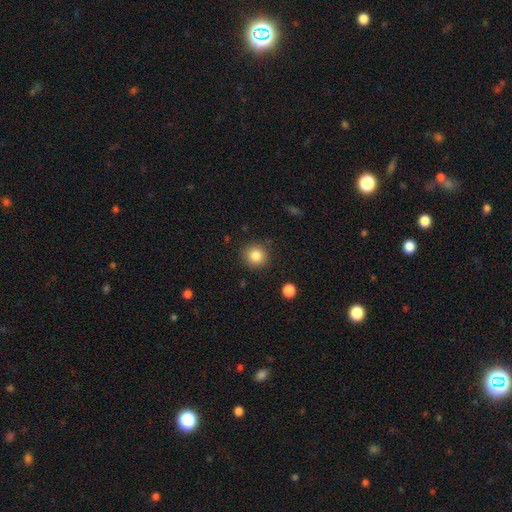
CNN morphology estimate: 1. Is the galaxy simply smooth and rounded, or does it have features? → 84% smooth, 10% star or artifact, 5% featured or disk.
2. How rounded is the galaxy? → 91% round, 8% in between, 1% cigar-shaped.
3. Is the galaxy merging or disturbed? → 87% none, 9% minor disturbance, 3% major disturbance, 2% merger.